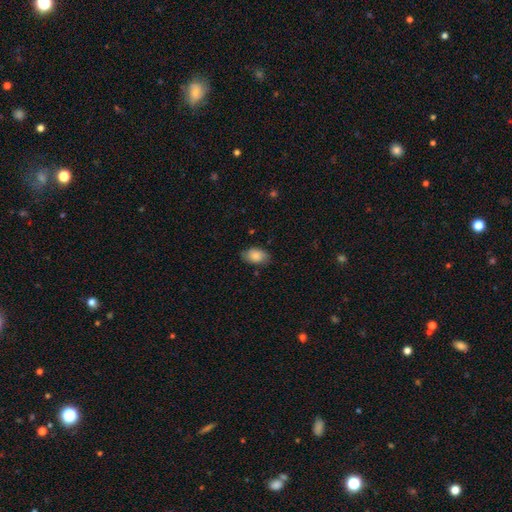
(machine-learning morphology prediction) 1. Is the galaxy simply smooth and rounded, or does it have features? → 83% smooth, 11% featured or disk, 7% star or artifact.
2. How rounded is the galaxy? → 92% in between, 7% round, 2% cigar-shaped.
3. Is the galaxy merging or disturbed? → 80% none, 16% minor disturbance, 3% major disturbance, 1% merger.